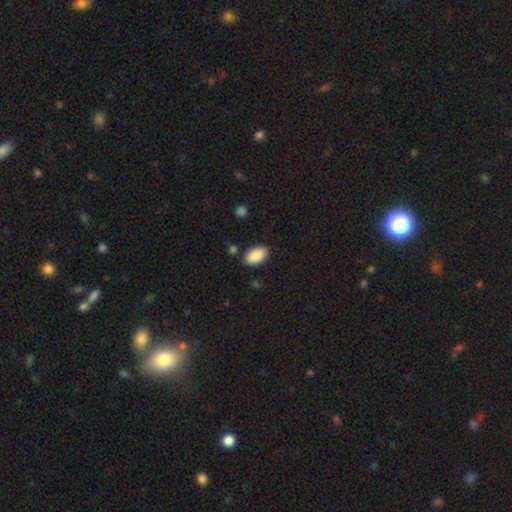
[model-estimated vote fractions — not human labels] smooth 90%, star or artifact 6%, featured or disk 3%. Down the decision tree: how rounded — in between (94%); merging — none (85%).